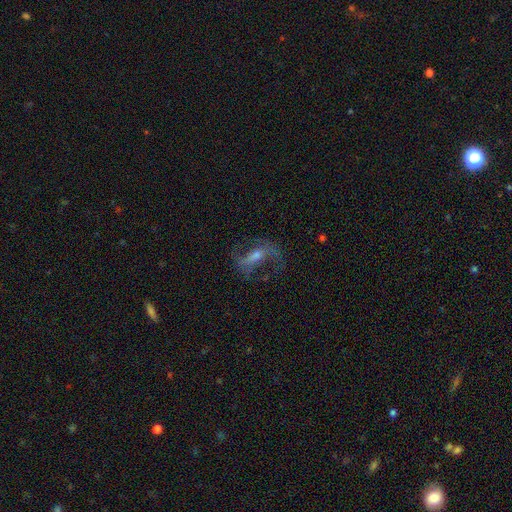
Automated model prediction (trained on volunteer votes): featured or disk 76%, smooth 14%, star or artifact 10%. Down the decision tree: edge-on disk — no (91%); bar — weak (41%); spiral arms — yes (87%); spiral arm count — 2 (85%); spiral winding — loose (55%); bulge size — small (44%); merging — none (65%).